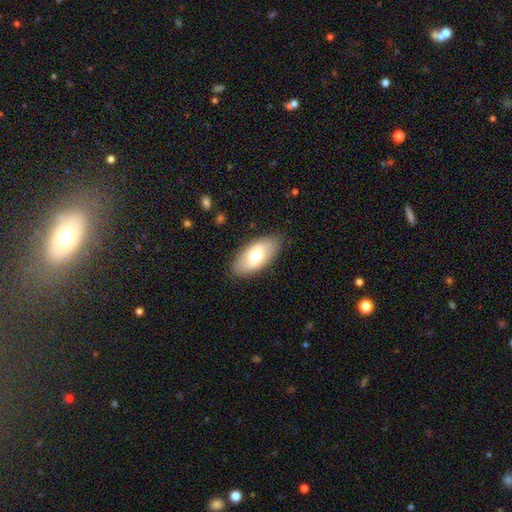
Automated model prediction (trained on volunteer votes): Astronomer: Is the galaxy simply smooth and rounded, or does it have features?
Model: smooth — 69%.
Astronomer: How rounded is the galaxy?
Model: in between — 92%.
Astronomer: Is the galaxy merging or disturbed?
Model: none — 85%.